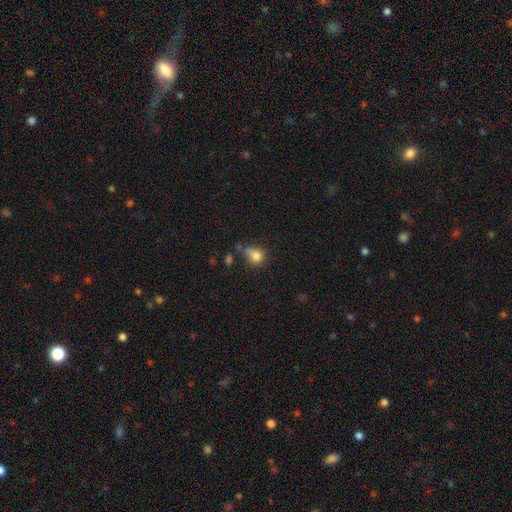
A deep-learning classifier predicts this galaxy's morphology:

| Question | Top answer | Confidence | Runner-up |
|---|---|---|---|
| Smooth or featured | smooth | 80% | star or artifact (11%) |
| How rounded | round | 65% | in between (33%) |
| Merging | none | 46% | minor disturbance (28%) |